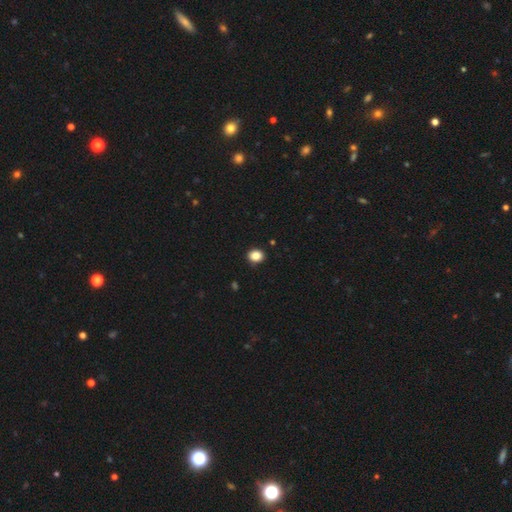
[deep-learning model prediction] smooth 86%, star or artifact 10%, featured or disk 4%. Down the decision tree: how rounded — round (63%); merging — none (91%).